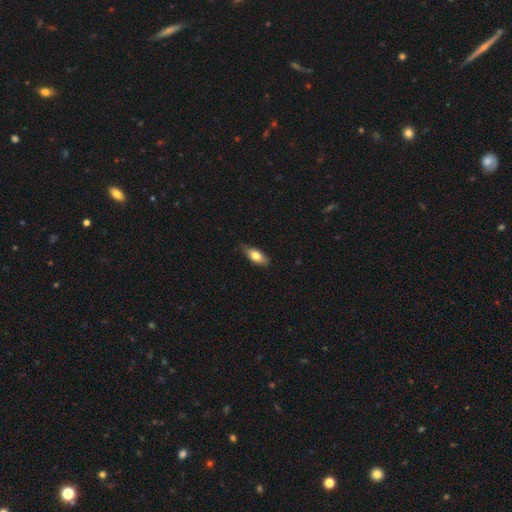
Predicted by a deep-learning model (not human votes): smooth 73%, featured or disk 20%, star or artifact 7%. Down the decision tree: how rounded — in between (78%); merging — none (77%).